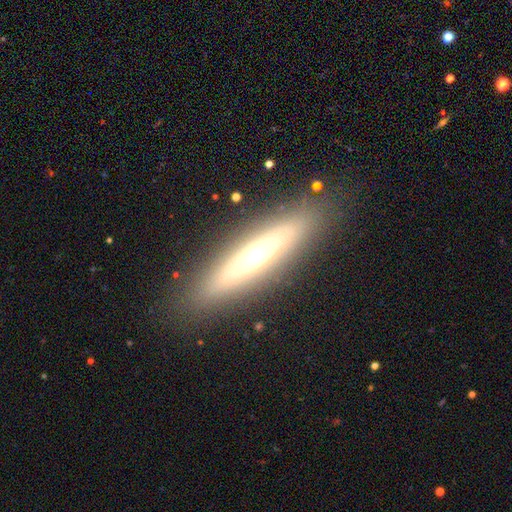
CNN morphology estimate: Smooth or featured? smooth (46%)
Merging? none (86%)